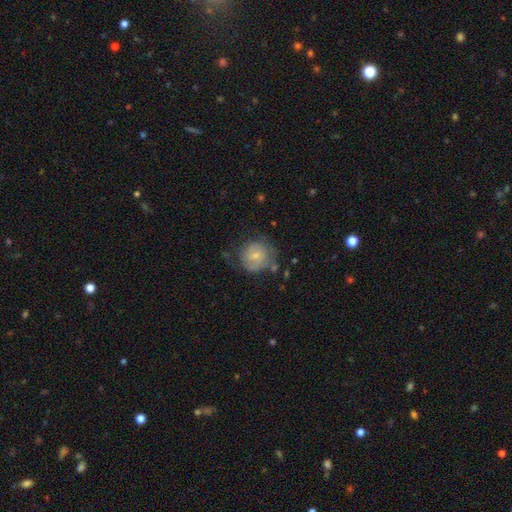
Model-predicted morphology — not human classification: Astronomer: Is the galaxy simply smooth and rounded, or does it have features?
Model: smooth — 55% (runner-up: featured or disk, 37%).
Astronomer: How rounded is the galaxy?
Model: round — 86%.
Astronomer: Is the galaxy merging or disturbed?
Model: none — 57%.